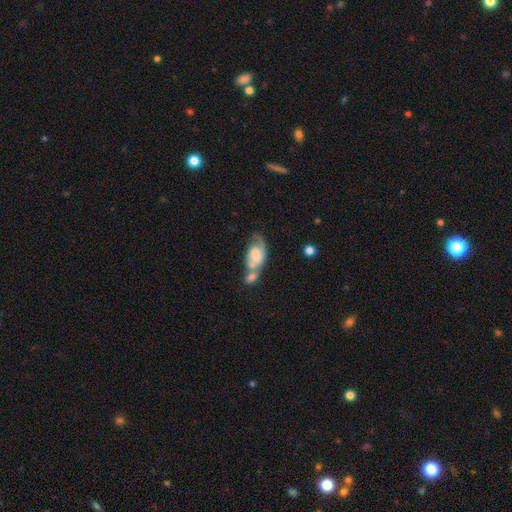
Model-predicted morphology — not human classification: Smooth or featured: featured or disk — 54% (smooth — 39%)
Edge-on disk: no — 95% (yes — 5%)
Bar: no — 71% (weak — 24%)
Spiral arms: yes — 70% (no — 30%)
Bulge size: moderate — 39% (large — 23%)
Merging: merger — 54% (none — 20%)